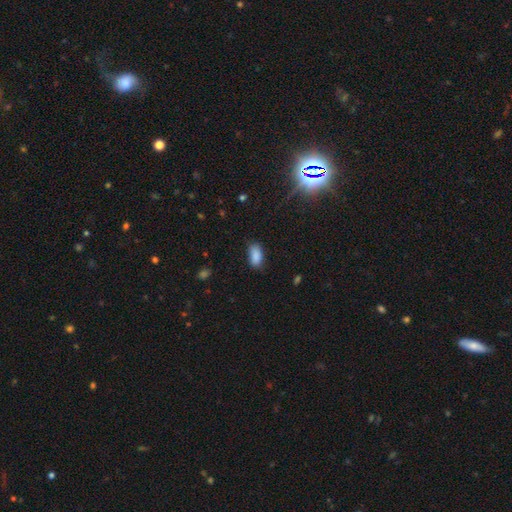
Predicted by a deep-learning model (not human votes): A smooth galaxy with no disk features (88%) that is in between round and cigar-shaped (92%).

Vote fractions:
- Smooth or featured? smooth: 88% / star or artifact: 8% / featured or disk: 4%
- How rounded? in between: 92% / cigar-shaped: 5% / round: 3%
- Merging? none: 80% / minor disturbance: 16% / major disturbance: 3% / merger: 1%